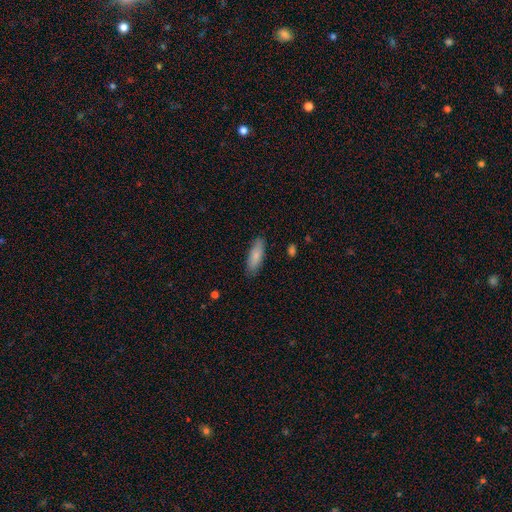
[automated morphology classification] Smooth or featured?
  - smooth: 82% *
  - featured or disk: 12%
  - star or artifact: 6%
How rounded?
  - in between: 60% *
  - cigar-shaped: 39%
  - round: 2%
Merging?
  - none: 84% *
  - minor disturbance: 13%
  - major disturbance: 2%
  - merger: 1%